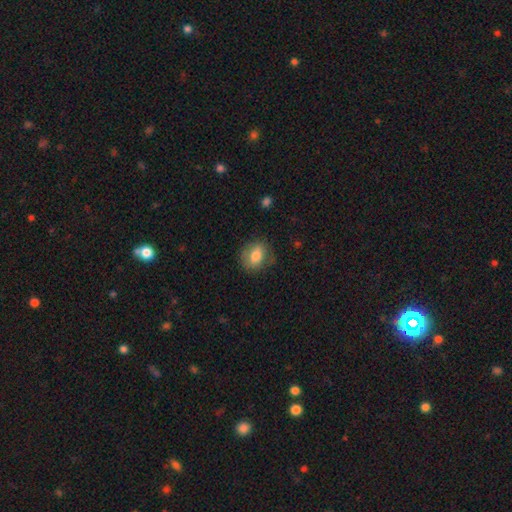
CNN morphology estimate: A smooth galaxy with no disk features (78%) that is in between round and cigar-shaped (57%).

Vote fractions:
- Smooth or featured? smooth: 78% / featured or disk: 15% / star or artifact: 8%
- How rounded? in between: 57% / round: 42% / cigar-shaped: 1%
- Merging? none: 76% / minor disturbance: 18% / major disturbance: 5% / merger: 1%